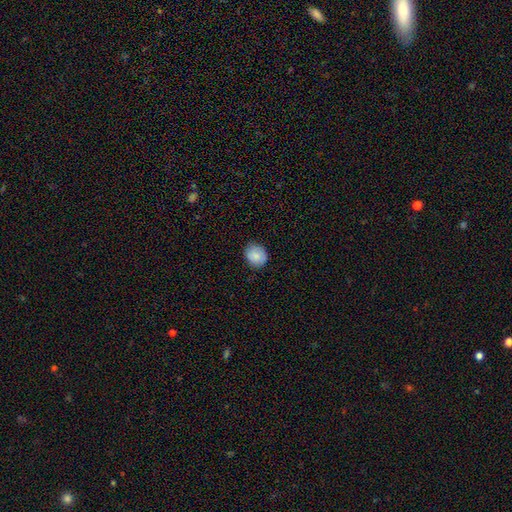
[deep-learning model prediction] This is clearly a smooth galaxy (84%). How rounded: likely round (70%). Merging: clearly none (81%).